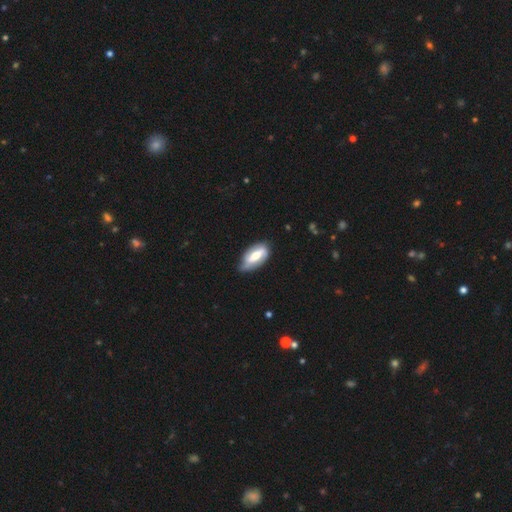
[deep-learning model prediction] A featured or disk galaxy (55%).

Vote fractions:
- Smooth or featured? featured or disk: 55% / smooth: 39% / star or artifact: 6%
- Edge-on disk? no: 82% / yes: 18%
- Merging? none: 60% / minor disturbance: 30% / major disturbance: 7% / merger: 2%